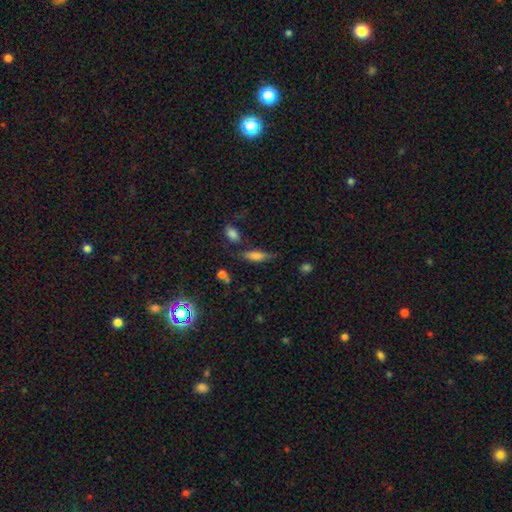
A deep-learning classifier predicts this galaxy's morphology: Smooth or featured? smooth (67%)
How rounded? in between (49%)
Merging? none (63%)